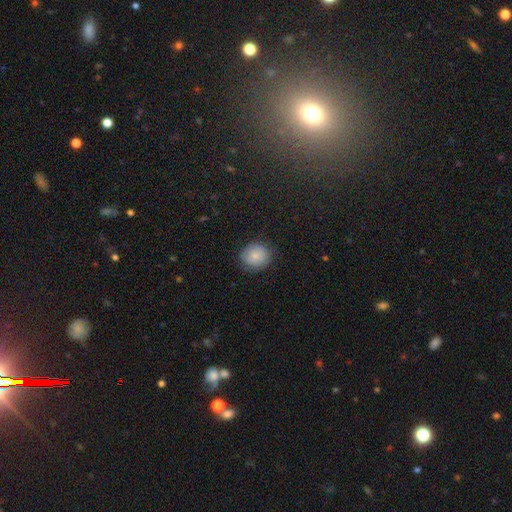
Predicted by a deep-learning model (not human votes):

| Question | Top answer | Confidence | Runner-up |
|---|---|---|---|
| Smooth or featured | smooth | 79% | featured or disk (13%) |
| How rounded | round | 75% | in between (24%) |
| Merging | none | 78% | minor disturbance (16%) |